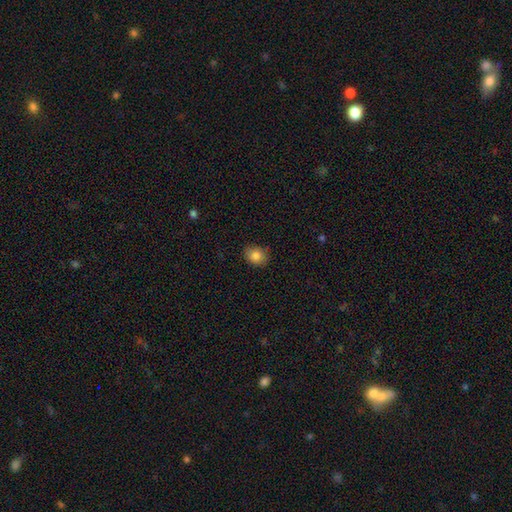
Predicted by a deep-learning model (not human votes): smooth_or_featured: smooth (p=0.84) [alt: star or artifact p=0.10]
how_rounded: round (p=0.57) [alt: in between p=0.42]
merging: none (p=0.83) [alt: minor disturbance p=0.14]